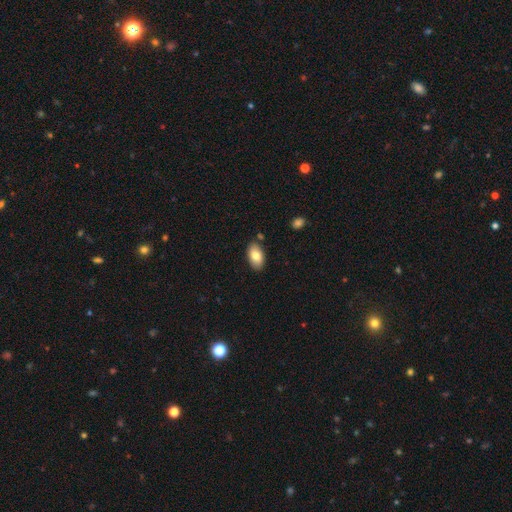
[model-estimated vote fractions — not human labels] smooth-or-featured: smooth: 81% | featured or disk: 12% | star or artifact: 7%
  how-rounded: in between: 94% | round: 4% | cigar-shaped: 2%
  merging: none: 84% | minor disturbance: 11% | merger: 3% | major disturbance: 2%